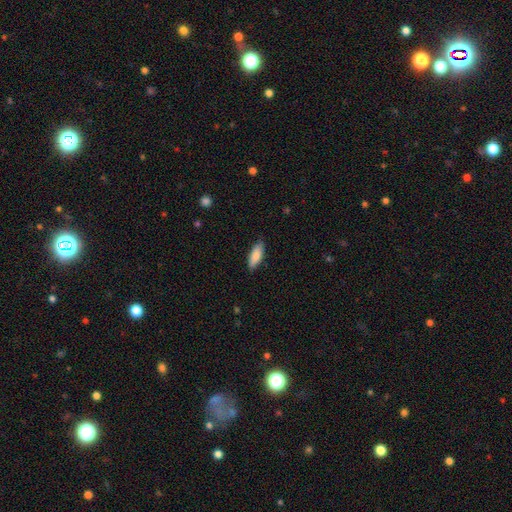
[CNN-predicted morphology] Smooth or featured? Predicted: smooth (p=0.84). How rounded? Predicted: in between (p=0.65). Merging? Predicted: none (p=0.84).